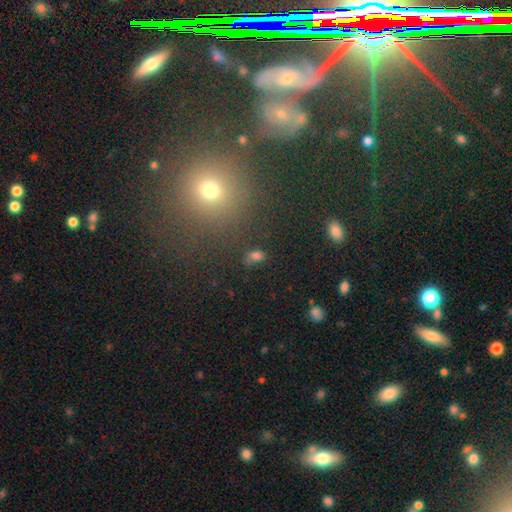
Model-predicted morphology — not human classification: The model was most divided on "how rounded": in between: 71%, round: 26%, cigar-shaped: 3%. More confident: merging — none (76%); smooth or featured — smooth (69%).